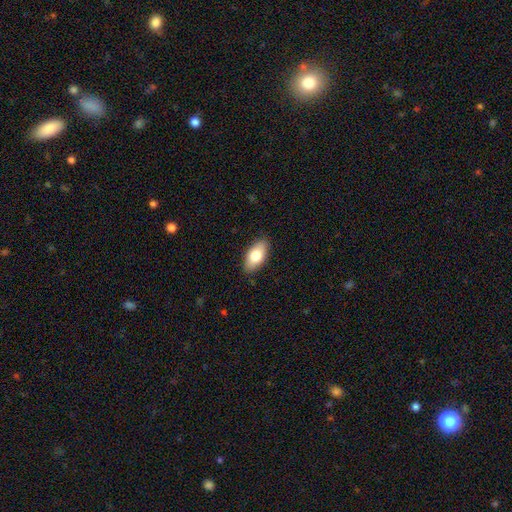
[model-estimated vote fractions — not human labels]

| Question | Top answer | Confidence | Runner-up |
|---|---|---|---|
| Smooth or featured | smooth | 76% | featured or disk (18%) |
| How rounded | in between | 91% | cigar-shaped (6%) |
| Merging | none | 88% | minor disturbance (10%) |